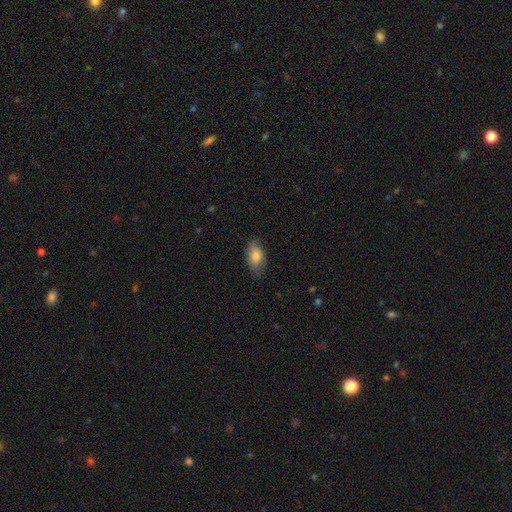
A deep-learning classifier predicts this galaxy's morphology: smooth 82%, featured or disk 11%, star or artifact 7%. Down the decision tree: how rounded — in between (91%); merging — none (75%).